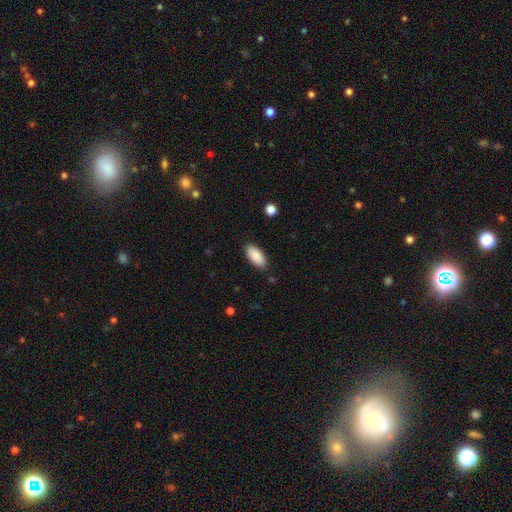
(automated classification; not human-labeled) A smooth galaxy with no disk features (90%) that is in between round and cigar-shaped (91%). Merging: none (87%).